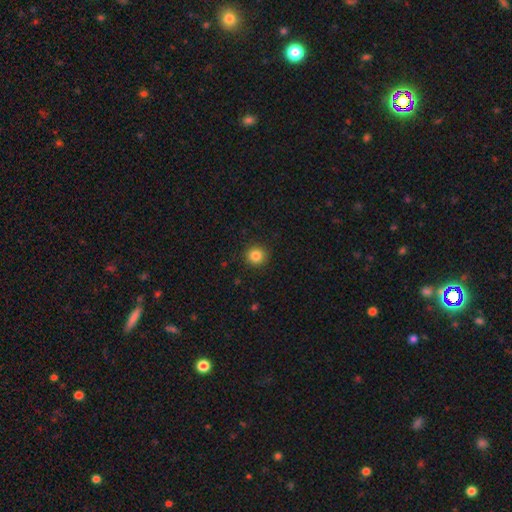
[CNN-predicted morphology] This appears to be a smooth galaxy with no disk features (84%) that is round (93%). Merging: none (91%).